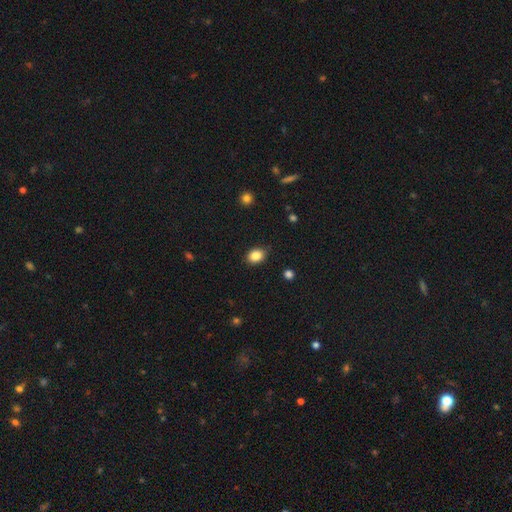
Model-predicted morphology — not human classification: Smooth or featured? Predicted: smooth (p=0.86). How rounded? Predicted: in between (p=0.61). Merging? Predicted: none (p=0.85).